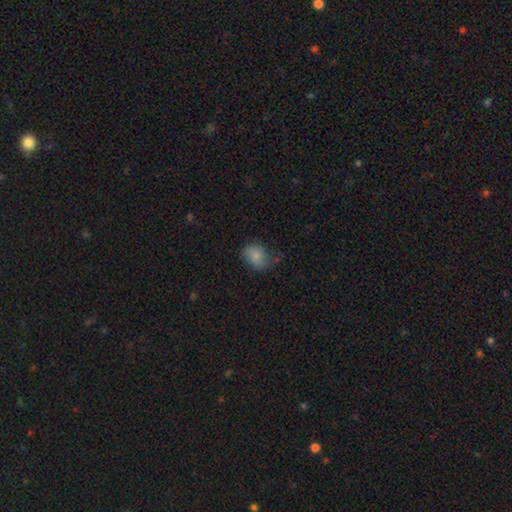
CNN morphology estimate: Smooth or featured: smooth — 79% (featured or disk — 11%)
How rounded: in between — 56% (round — 43%)
Merging: none — 53% (minor disturbance — 32%)